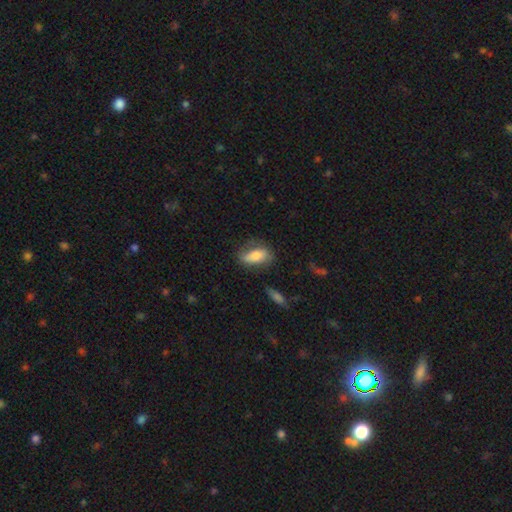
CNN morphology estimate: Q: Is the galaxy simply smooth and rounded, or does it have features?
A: smooth — 64%.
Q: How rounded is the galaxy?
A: in between — 85%.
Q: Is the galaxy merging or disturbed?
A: none — 65%.